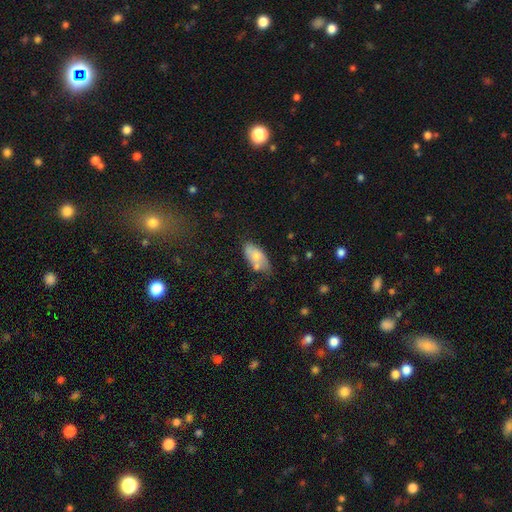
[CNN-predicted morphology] This appears to be a smooth galaxy with no disk features (67%) that is in between round and cigar-shaped (90%). Merging: none (50%).